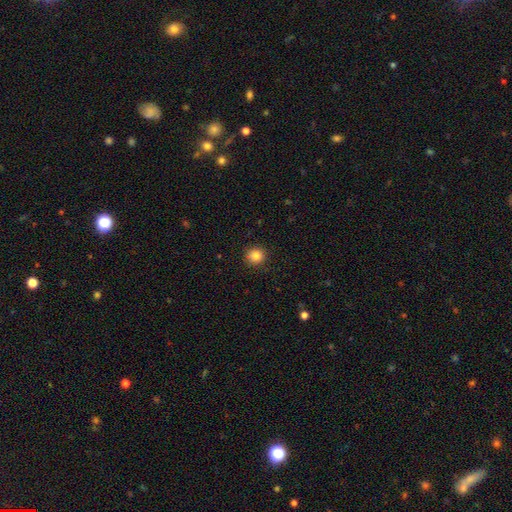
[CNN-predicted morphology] Smooth or featured: smooth — 85% (star or artifact — 10%)
How rounded: round — 92% (in between — 7%)
Merging: none — 91% (minor disturbance — 6%)